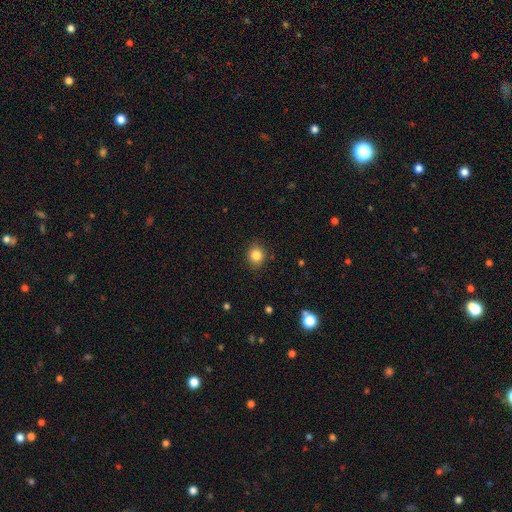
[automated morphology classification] Smooth or featured?
  - smooth: 84% *
  - star or artifact: 11%
  - featured or disk: 5%
How rounded?
  - round: 78% *
  - in between: 21%
  - cigar-shaped: 1%
Merging?
  - none: 88% *
  - minor disturbance: 9%
  - major disturbance: 2%
  - merger: 1%